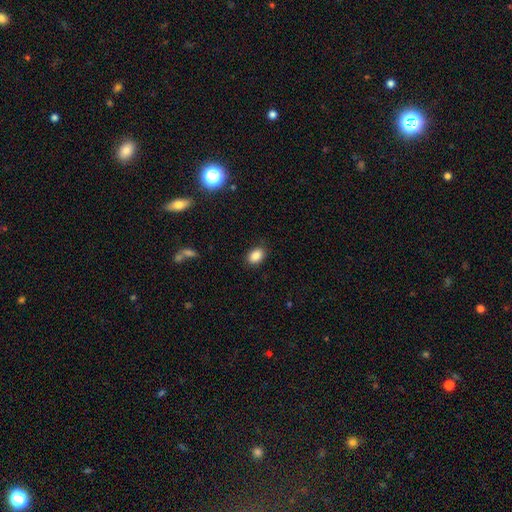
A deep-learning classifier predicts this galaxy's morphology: Smooth or featured? Predicted: smooth (p=0.87). How rounded? Predicted: in between (p=0.81). Merging? Predicted: none (p=0.87).